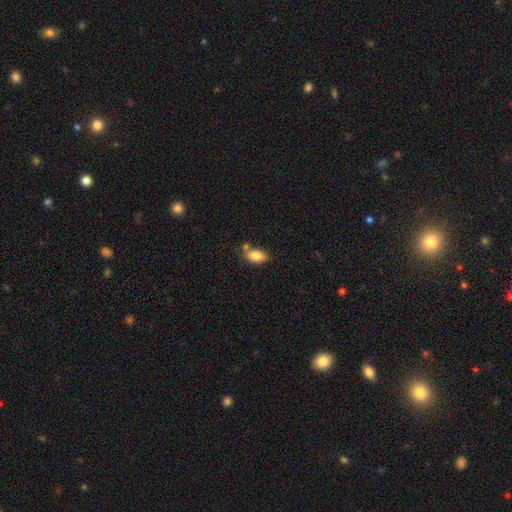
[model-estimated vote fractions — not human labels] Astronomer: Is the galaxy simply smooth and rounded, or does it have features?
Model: smooth — 82%.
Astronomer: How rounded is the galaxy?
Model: in between — 88%.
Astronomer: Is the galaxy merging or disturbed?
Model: none — 68%.